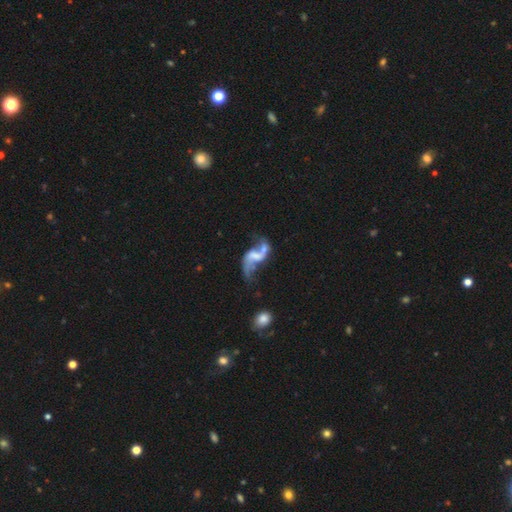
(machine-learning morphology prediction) featured or disk 79%, smooth 13%, star or artifact 8%. Down the decision tree: edge-on disk — no (97%); bar — weak (41%); spiral arms — yes (85%); spiral arm count — 2 (85%); spiral winding — loose (87%); bulge size — none (48%); merging — none (32%).